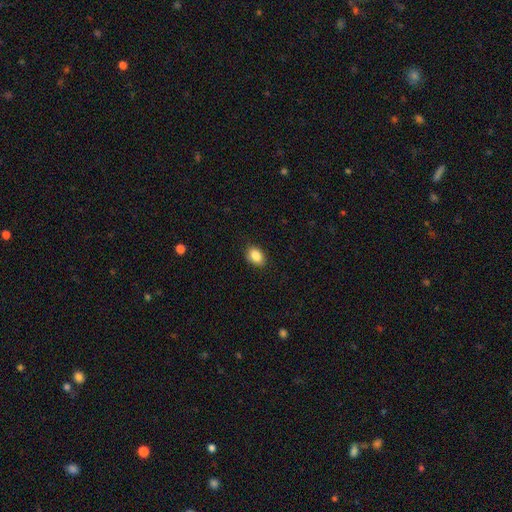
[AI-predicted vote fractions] A smooth galaxy with no disk features (86%) that is in between round and cigar-shaped (81%). Merging: none (87%).